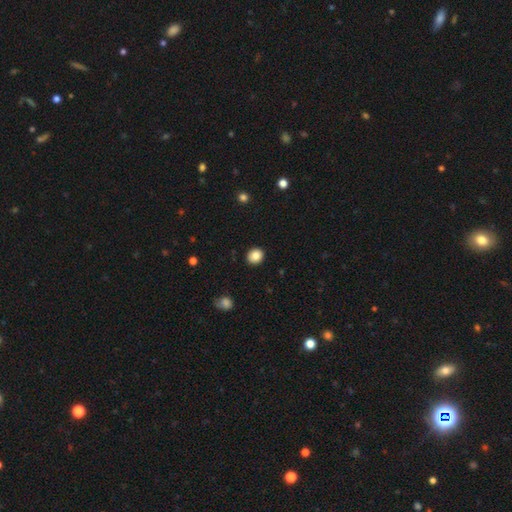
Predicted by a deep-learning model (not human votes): A smooth galaxy with no disk features (85%) that is round (75%).

Vote fractions:
- Smooth or featured? smooth: 85% / star or artifact: 10% / featured or disk: 5%
- How rounded? round: 75% / in between: 25% / cigar-shaped: 1%
- Merging? none: 91% / minor disturbance: 6% / major disturbance: 2% / merger: 1%